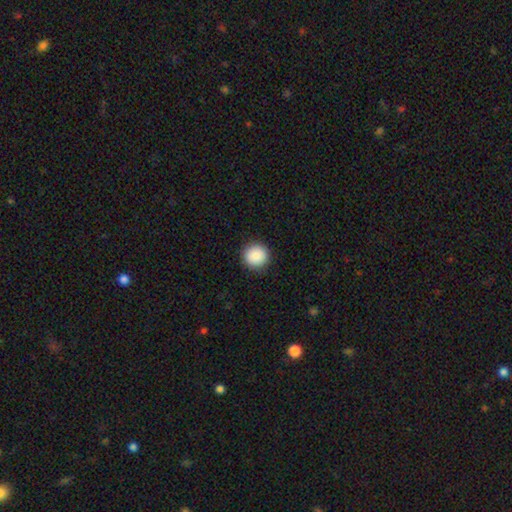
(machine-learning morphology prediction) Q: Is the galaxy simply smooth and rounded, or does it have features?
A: smooth — 88%.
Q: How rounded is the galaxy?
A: round — 95%.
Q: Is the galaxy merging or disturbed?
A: none — 92%.